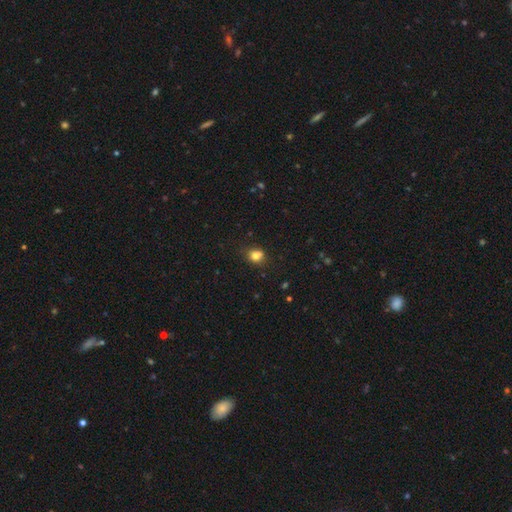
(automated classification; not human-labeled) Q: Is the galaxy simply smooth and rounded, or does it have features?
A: smooth — 77%.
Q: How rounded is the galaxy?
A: round — 72%.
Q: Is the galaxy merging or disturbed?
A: none — 59%.